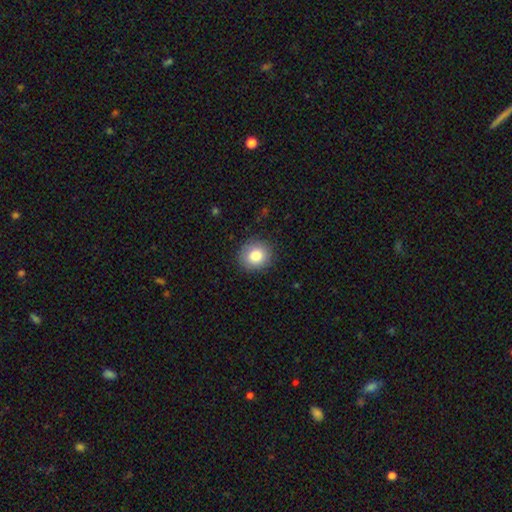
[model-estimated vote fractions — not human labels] Q: Smooth or featured?
A: smooth (84%); runner-up: star or artifact (9%)
Q: How rounded?
A: round (84%); runner-up: in between (16%)
Q: Merging?
A: none (88%); runner-up: minor disturbance (9%)